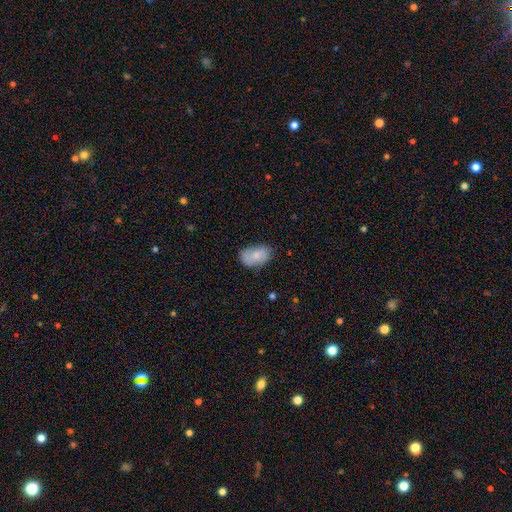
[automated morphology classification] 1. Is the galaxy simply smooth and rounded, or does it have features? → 71% smooth, 22% featured or disk, 7% star or artifact.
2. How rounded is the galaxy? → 90% in between, 8% round, 2% cigar-shaped.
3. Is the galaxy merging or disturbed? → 63% none, 27% minor disturbance, 7% major disturbance, 2% merger.